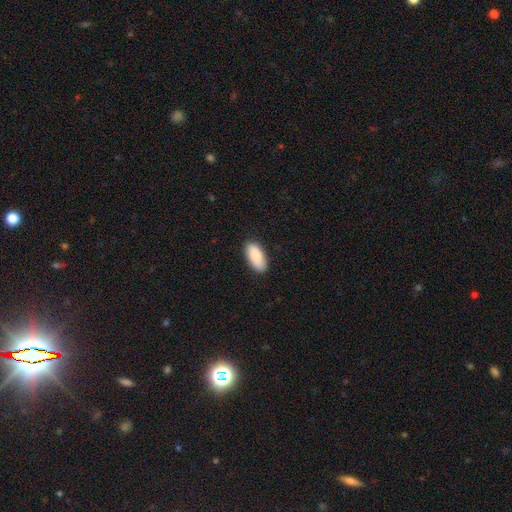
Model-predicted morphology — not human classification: Q: Smooth or featured?
A: smooth (87%); runner-up: featured or disk (8%)
Q: How rounded?
A: in between (89%); runner-up: cigar-shaped (9%)
Q: Merging?
A: none (86%); runner-up: minor disturbance (11%)